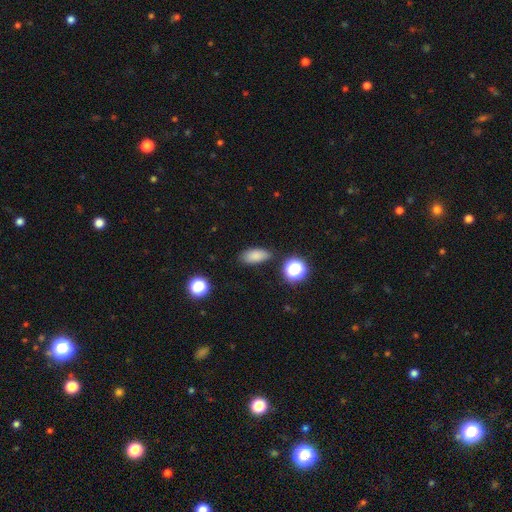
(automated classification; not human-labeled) smooth-or-featured: smooth: 82% | star or artifact: 12% | featured or disk: 6%
  how-rounded: in between: 85% | cigar-shaped: 9% | round: 6%
  merging: none: 81% | minor disturbance: 13% | major disturbance: 3% | merger: 3%